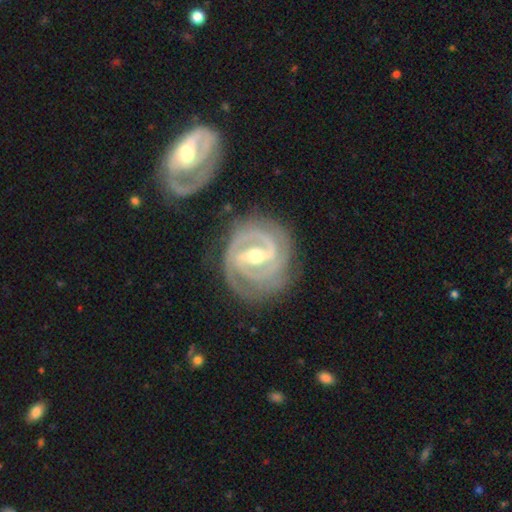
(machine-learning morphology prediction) smooth_or_featured: featured or disk (p=0.92) [alt: smooth p=0.04]
disk_edge_on: no (p=0.97) [alt: yes p=0.03]
bar: strong (p=0.66) [alt: weak p=0.27]
has_spiral_arms: yes (p=0.98) [alt: no p=0.02]
spiral_winding: tight (p=0.71) [alt: medium p=0.25]
spiral_arm_count: 2 (p=0.55) [alt: 3 p=0.26]
bulge_size: moderate (p=0.64) [alt: small p=0.31]
merging: none (p=0.74) [alt: minor disturbance p=0.15]